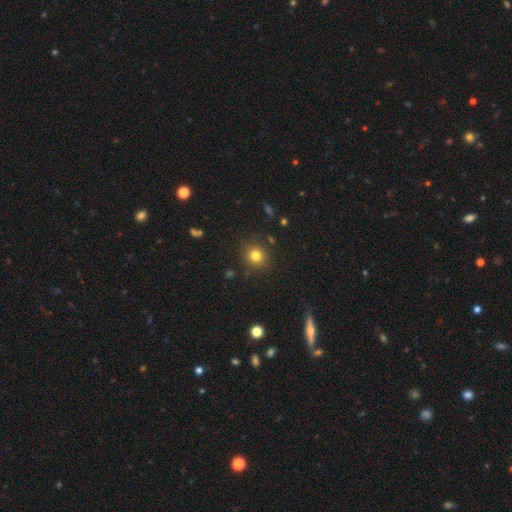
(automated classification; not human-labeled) smooth_or_featured: smooth (p=0.79) [alt: star or artifact p=0.14]
how_rounded: round (p=0.86) [alt: in between p=0.13]
merging: none (p=0.87) [alt: minor disturbance p=0.08]